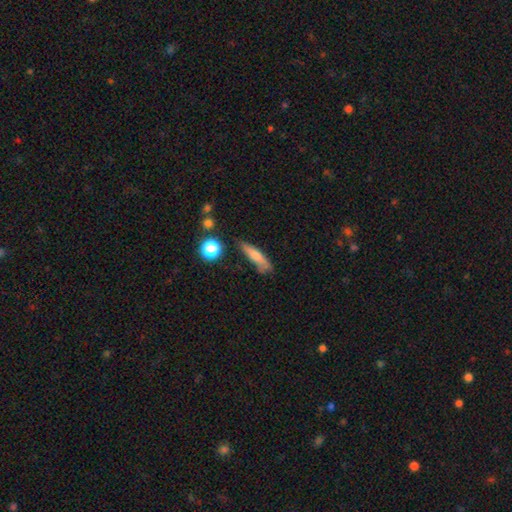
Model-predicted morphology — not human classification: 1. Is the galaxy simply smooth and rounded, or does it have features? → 72% smooth, 19% featured or disk, 9% star or artifact.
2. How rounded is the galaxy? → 73% cigar-shaped, 22% in between, 4% round.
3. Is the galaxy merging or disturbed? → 65% none, 24% minor disturbance, 6% major disturbance, 4% merger.